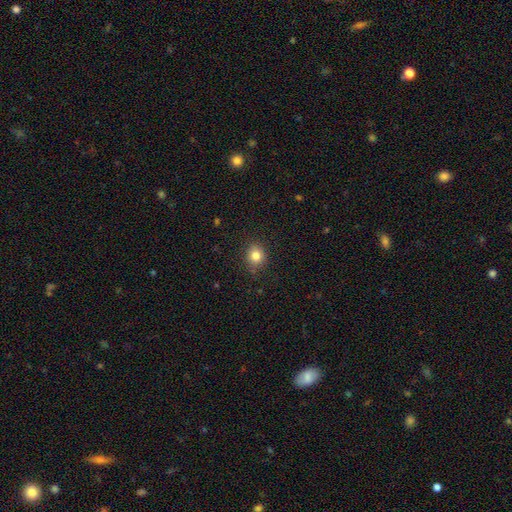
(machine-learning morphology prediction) Smooth or featured?
  - smooth: 83% *
  - star or artifact: 11%
  - featured or disk: 6%
How rounded?
  - round: 74% *
  - in between: 25%
  - cigar-shaped: 1%
Merging?
  - none: 85% *
  - minor disturbance: 11%
  - major disturbance: 3%
  - merger: 1%